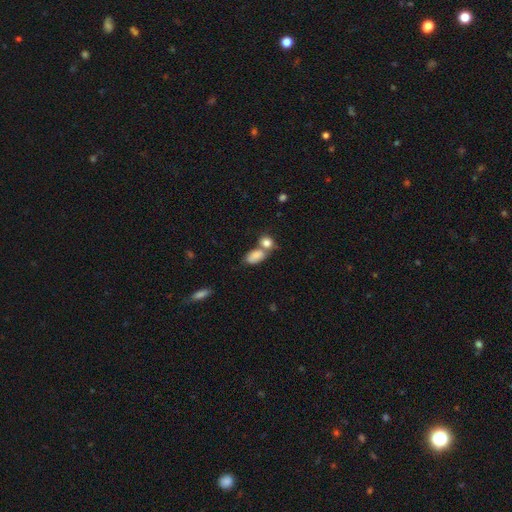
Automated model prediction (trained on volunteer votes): The model was most divided on "merging": merger: 47%, none: 36%, minor disturbance: 12%, major disturbance: 5%. More confident: how rounded — in between (87%); smooth or featured — smooth (84%).